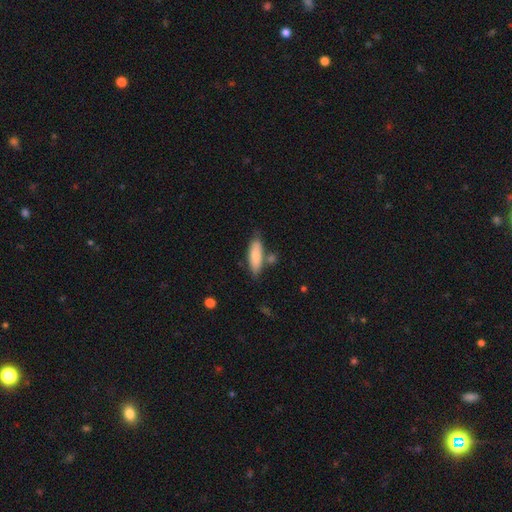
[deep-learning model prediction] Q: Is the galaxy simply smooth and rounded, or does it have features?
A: smooth — 81%.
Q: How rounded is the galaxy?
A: in between — 53%.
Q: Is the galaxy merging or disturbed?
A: none — 66%.